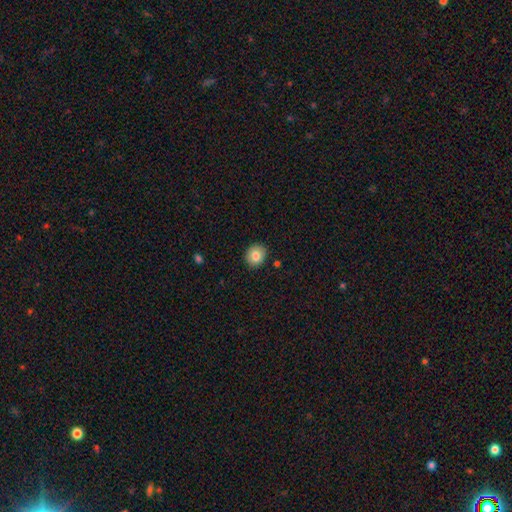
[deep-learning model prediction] A smooth galaxy with no disk features (83%) that is round (75%). Merging: none (89%).